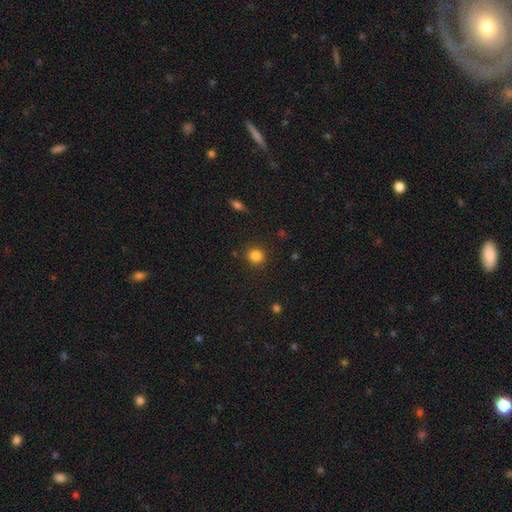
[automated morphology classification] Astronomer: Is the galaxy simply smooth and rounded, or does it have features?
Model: smooth — 85%.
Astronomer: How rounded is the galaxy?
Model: round — 86%.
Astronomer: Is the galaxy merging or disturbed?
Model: none — 89%.